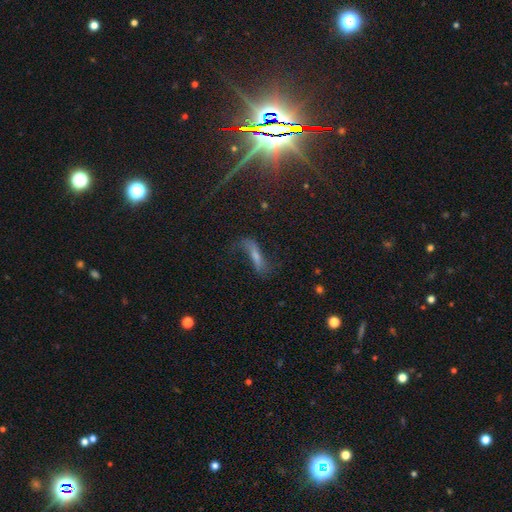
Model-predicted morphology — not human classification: type=featured or disk (49%); merging=none (50%).